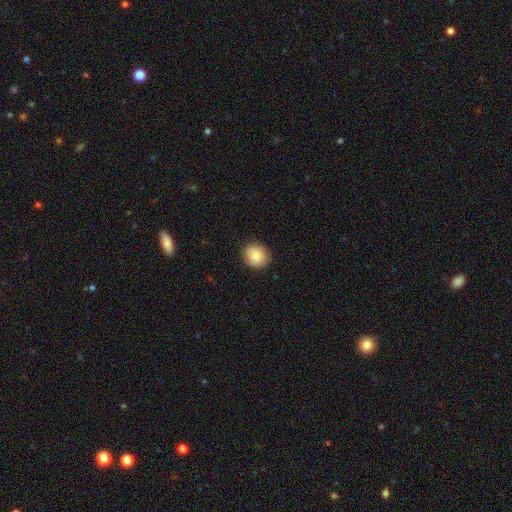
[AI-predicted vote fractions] Smooth or featured? Predicted: smooth (p=0.87). How rounded? Predicted: round (p=0.74). Merging? Predicted: none (p=0.89).